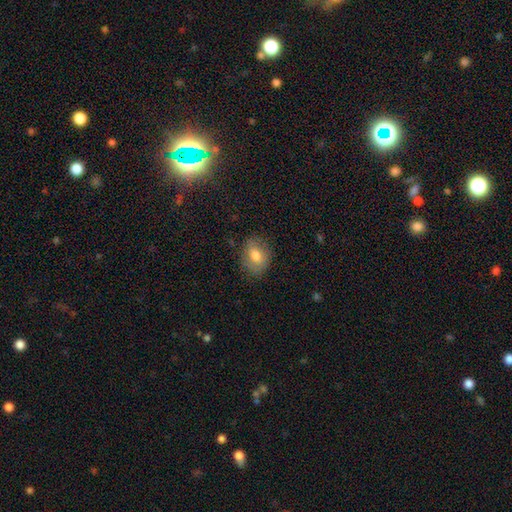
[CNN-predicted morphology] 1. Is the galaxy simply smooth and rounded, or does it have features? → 74% smooth, 18% featured or disk, 9% star or artifact.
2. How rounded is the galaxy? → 66% in between, 33% round, 1% cigar-shaped.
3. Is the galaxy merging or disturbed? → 78% none, 16% minor disturbance, 5% major disturbance, 1% merger.